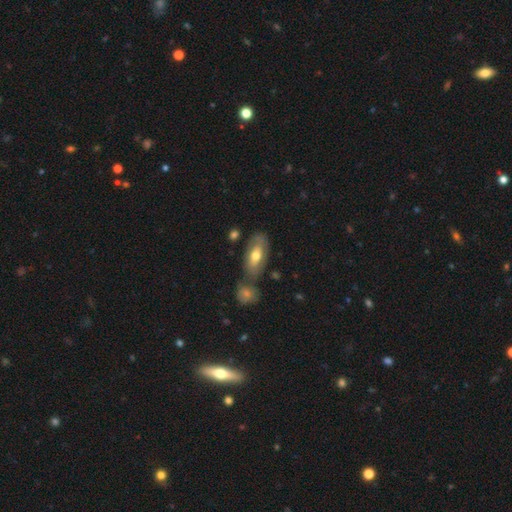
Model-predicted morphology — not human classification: Smooth or featured?
  - smooth: 55% *
  - featured or disk: 39%
  - star or artifact: 6%
How rounded?
  - in between: 87% *
  - cigar-shaped: 9%
  - round: 3%
Merging?
  - none: 65% *
  - minor disturbance: 16%
  - merger: 15%
  - major disturbance: 5%